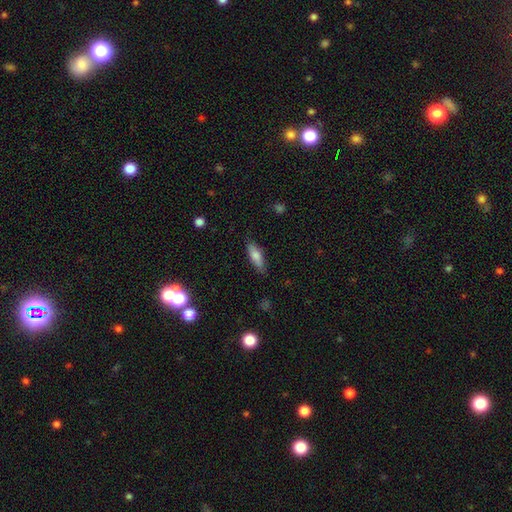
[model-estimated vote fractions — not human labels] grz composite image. It shows a smooth galaxy with no disk features (76%) that is in between round and cigar-shaped (51%). Merging: none (81%).